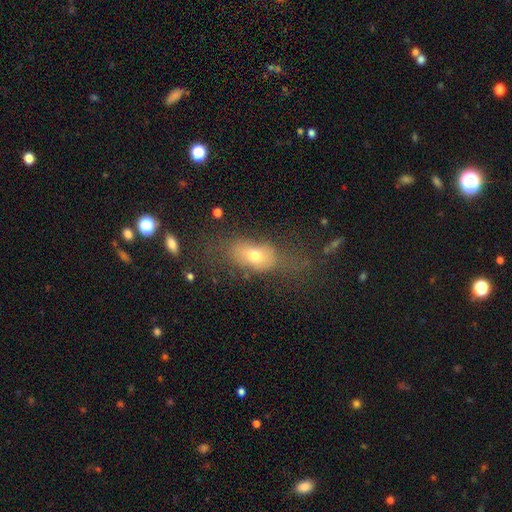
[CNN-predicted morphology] smooth-or-featured: smooth: 63% | featured or disk: 24% | star or artifact: 13%
  how-rounded: in between: 79% | round: 14% | cigar-shaped: 7%
  merging: none: 41% | major disturbance: 32% | minor disturbance: 23% | merger: 4%